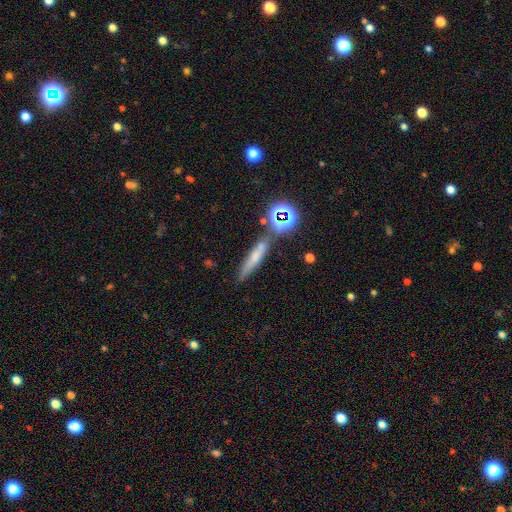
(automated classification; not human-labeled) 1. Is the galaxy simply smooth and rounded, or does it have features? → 51% smooth, 27% featured or disk, 22% star or artifact.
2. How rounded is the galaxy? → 79% cigar-shaped, 13% in between, 8% round.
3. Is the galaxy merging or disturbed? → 68% none, 14% merger, 13% minor disturbance, 5% major disturbance.